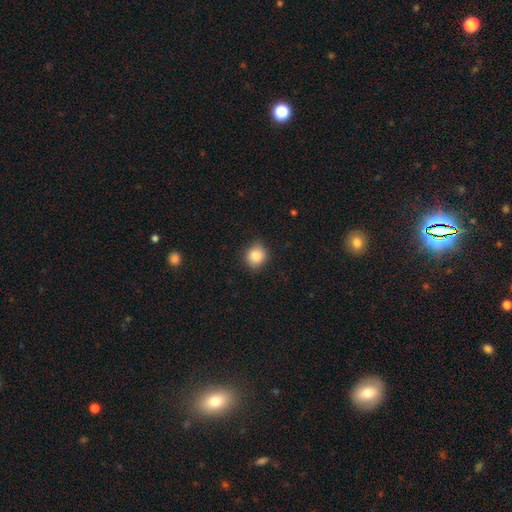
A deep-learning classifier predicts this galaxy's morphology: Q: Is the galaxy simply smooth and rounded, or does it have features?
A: smooth — 85%.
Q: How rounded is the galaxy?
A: round — 74%.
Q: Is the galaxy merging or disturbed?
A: none — 85%.